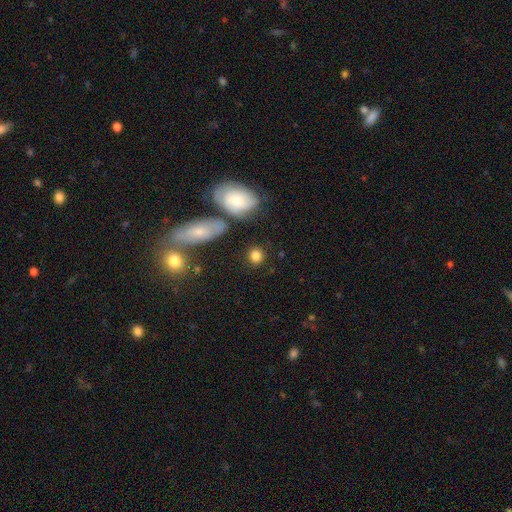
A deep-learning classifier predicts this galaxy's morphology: A smooth galaxy with no disk features (83%) that is round (76%).

Vote fractions:
- Smooth or featured? smooth: 83% / star or artifact: 9% / featured or disk: 8%
- How rounded? round: 76% / in between: 22% / cigar-shaped: 2%
- Merging? none: 78% / minor disturbance: 10% / merger: 7% / major disturbance: 5%